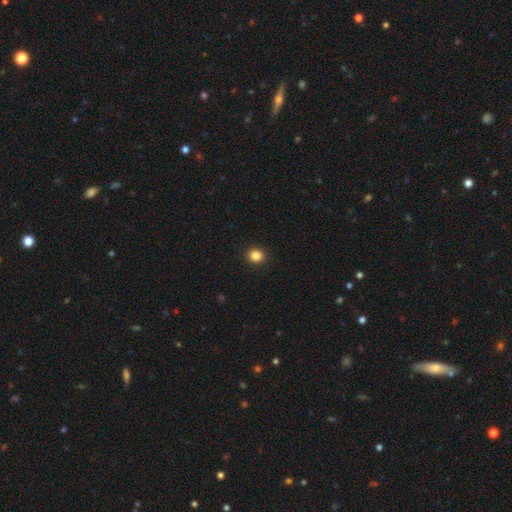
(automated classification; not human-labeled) Smooth or featured? smooth (86%)
How rounded? round (87%)
Merging? none (93%)